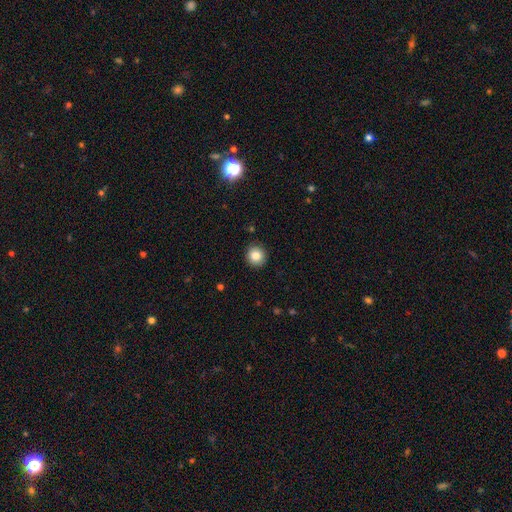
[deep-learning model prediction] smooth 83%, star or artifact 10%, featured or disk 7%. Down the decision tree: how rounded — round (93%); merging — none (91%).